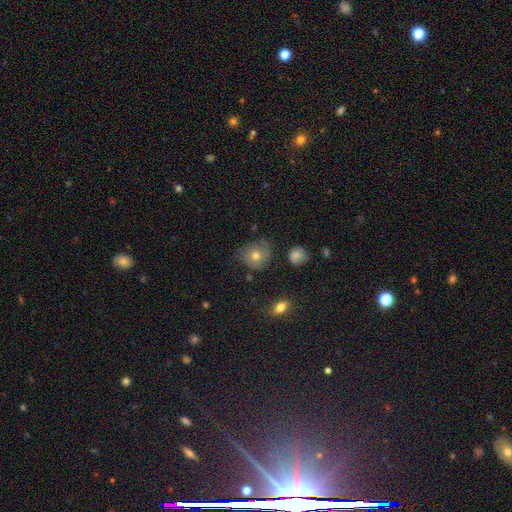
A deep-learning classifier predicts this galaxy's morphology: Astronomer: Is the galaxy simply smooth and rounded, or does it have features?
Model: smooth — 51% (runner-up: featured or disk, 38%).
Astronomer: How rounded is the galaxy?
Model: round — 77%.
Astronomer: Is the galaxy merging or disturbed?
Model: none — 58%.